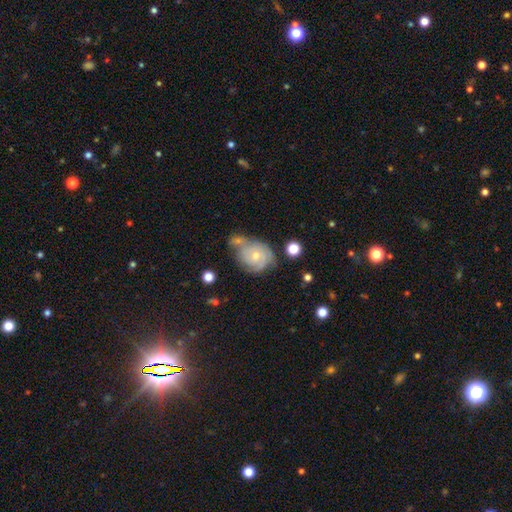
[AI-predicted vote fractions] A featured or disk galaxy (59%) with no bar (81%), spiral arms (78%) and a small central bulge (51%). Merging: none (35%).